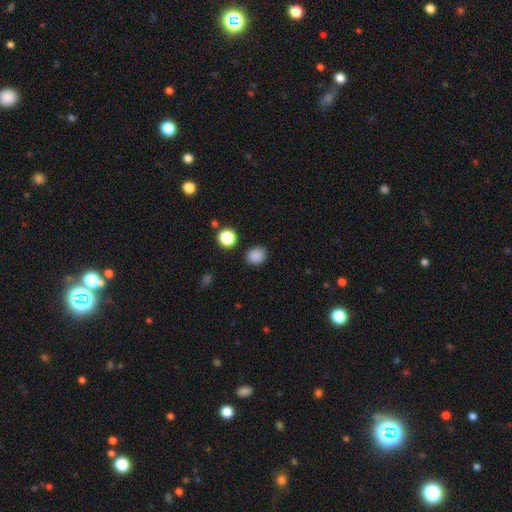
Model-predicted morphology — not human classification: smooth-or-featured: smooth: 85% | star or artifact: 12% | featured or disk: 3%
  how-rounded: round: 71% | in between: 28% | cigar-shaped: 1%
  merging: none: 85% | minor disturbance: 10% | major disturbance: 3% | merger: 2%